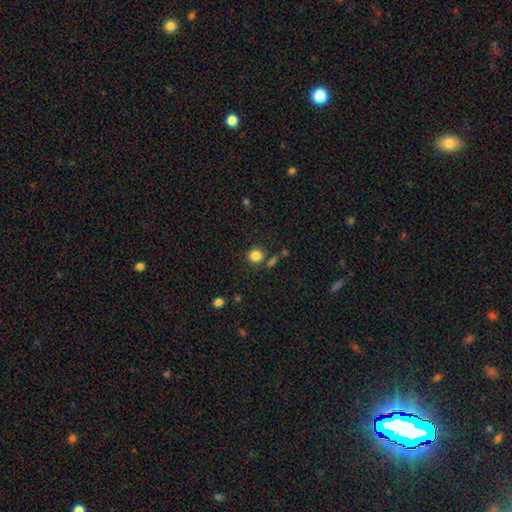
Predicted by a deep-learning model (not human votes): Morphology: type=smooth (84%); roundness=round (89%); merging=none (80%).